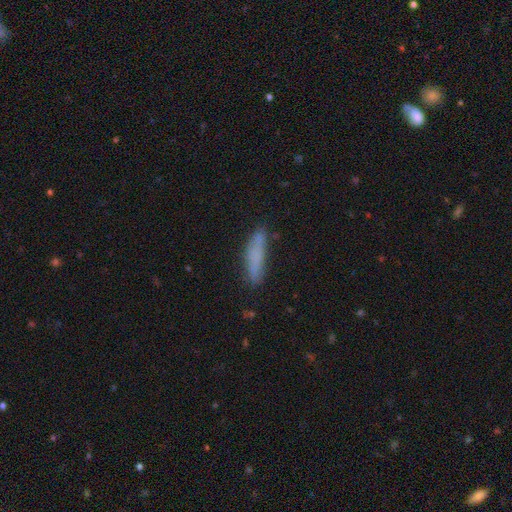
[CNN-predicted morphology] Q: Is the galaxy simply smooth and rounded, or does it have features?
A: smooth — 73%.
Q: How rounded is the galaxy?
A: cigar-shaped — 83%.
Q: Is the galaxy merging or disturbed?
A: none — 76%.